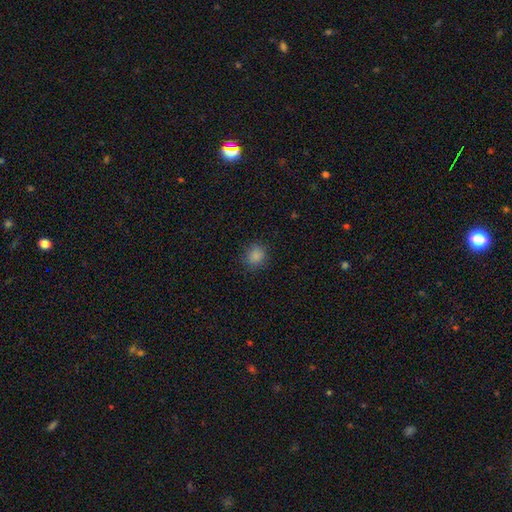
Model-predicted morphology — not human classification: Smooth or featured: smooth — 85% (star or artifact — 12%)
How rounded: round — 82% (in between — 18%)
Merging: none — 87% (minor disturbance — 9%)